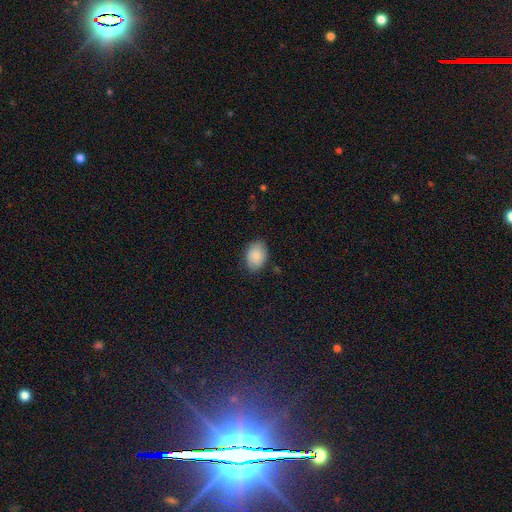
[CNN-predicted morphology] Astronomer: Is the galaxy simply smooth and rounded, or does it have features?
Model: smooth — 79%.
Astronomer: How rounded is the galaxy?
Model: in between — 80%.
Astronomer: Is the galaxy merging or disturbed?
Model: none — 80%.